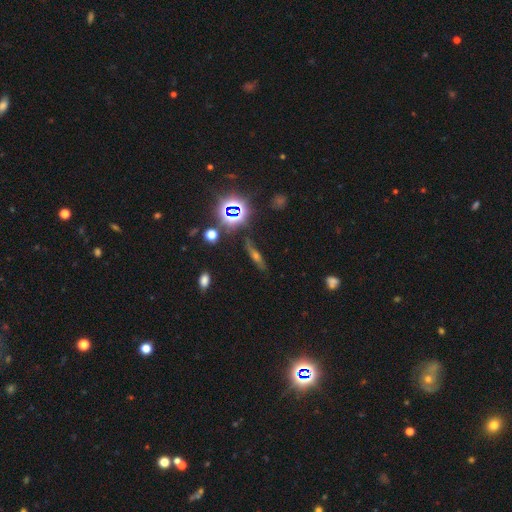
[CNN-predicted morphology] smooth-or-featured: featured or disk: 41% | star or artifact: 32% | smooth: 27%
  merging: none: 83% | minor disturbance: 11% | major disturbance: 3% | merger: 3%